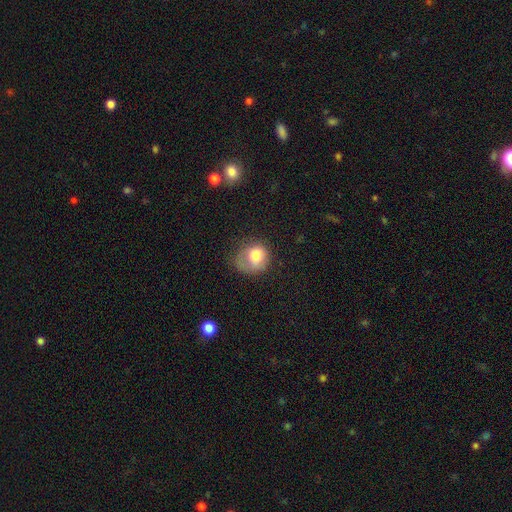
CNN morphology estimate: smooth-or-featured: smooth: 73% | featured or disk: 18% | star or artifact: 9%
  how-rounded: round: 63% | in between: 36% | cigar-shaped: 1%
  merging: none: 38% | minor disturbance: 31% | major disturbance: 28% | merger: 3%